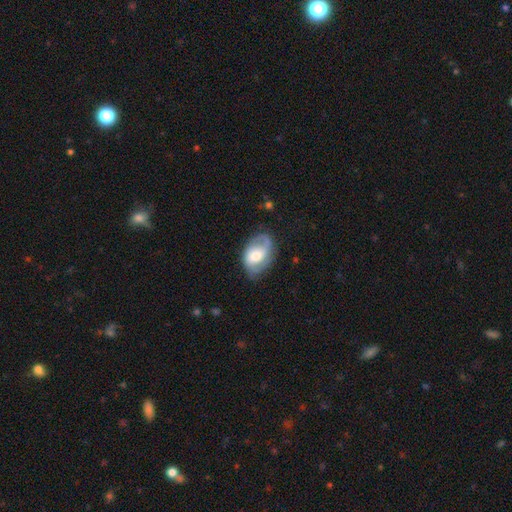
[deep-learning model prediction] featured or disk 65%, smooth 28%, star or artifact 6%. Down the decision tree: edge-on disk — no (96%); bar — no (49%); spiral arms — yes (85%); spiral arm count — 2 (64%); spiral winding — medium (42%); bulge size — moderate (61%); merging — none (63%).